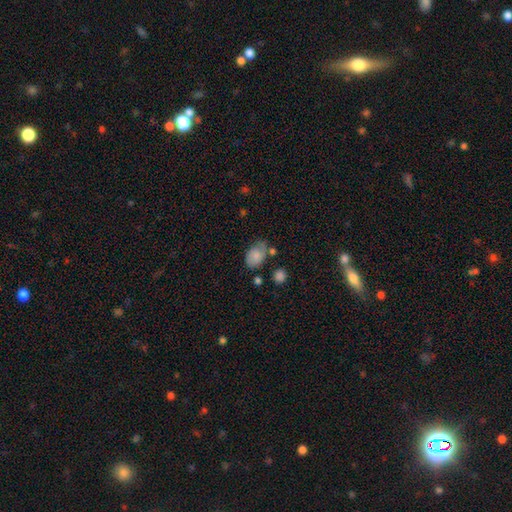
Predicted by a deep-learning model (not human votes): smooth_or_featured: smooth (p=0.78) [alt: featured or disk p=0.14]
how_rounded: in between (p=0.84) [alt: round p=0.15]
merging: none (p=0.56) [alt: minor disturbance p=0.28]